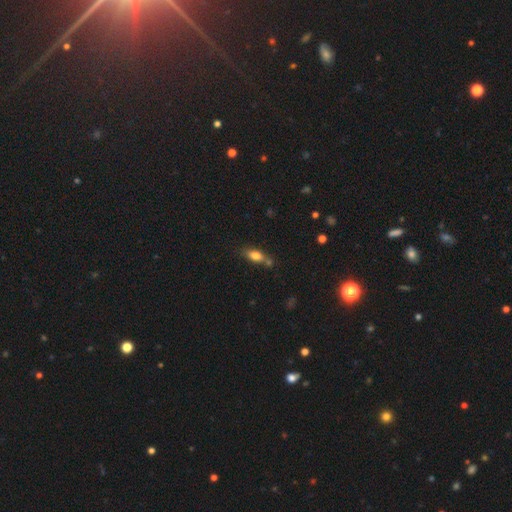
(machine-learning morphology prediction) smooth_or_featured: smooth (p=0.76) [alt: featured or disk p=0.15]
how_rounded: in between (p=0.77) [alt: cigar-shaped p=0.17]
merging: none (p=0.58) [alt: minor disturbance p=0.19]